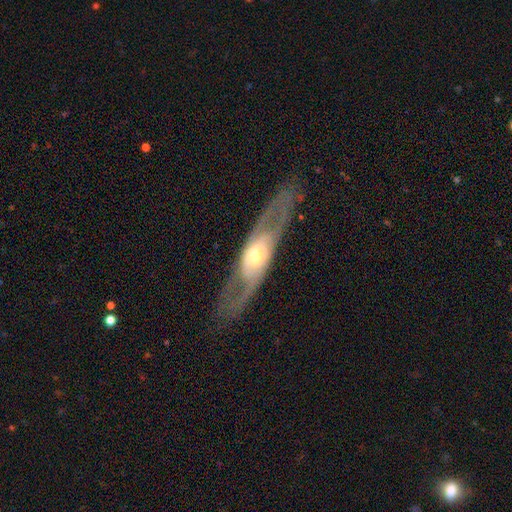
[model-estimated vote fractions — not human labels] featured or disk 78%, smooth 17%, star or artifact 5%. Down the decision tree: edge-on disk — no (70%); bar — no (66%); spiral arms — yes (73%); bulge size — moderate (57%); merging — none (76%).